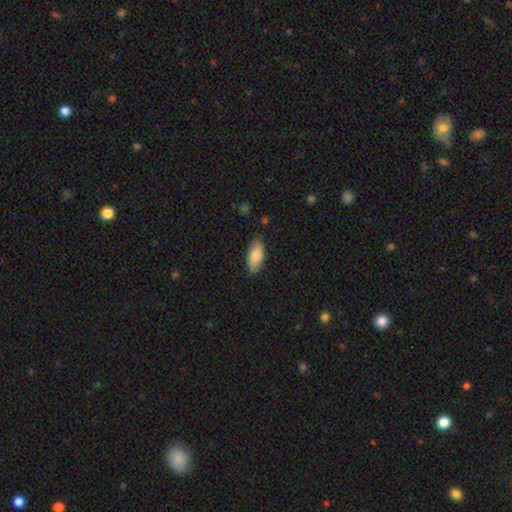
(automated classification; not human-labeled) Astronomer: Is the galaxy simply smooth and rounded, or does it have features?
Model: smooth — 78%.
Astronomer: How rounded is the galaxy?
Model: in between — 90%.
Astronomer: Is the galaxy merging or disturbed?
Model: none — 81%.